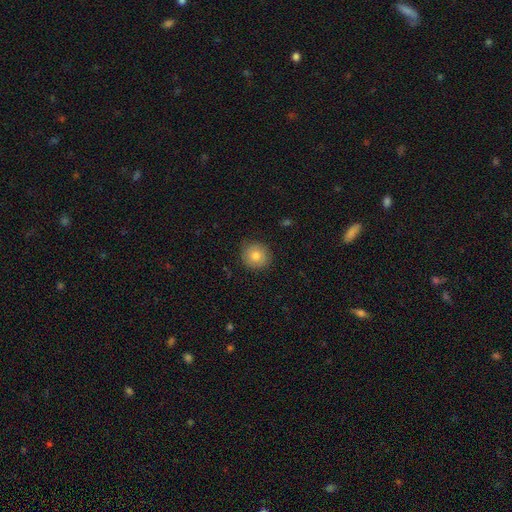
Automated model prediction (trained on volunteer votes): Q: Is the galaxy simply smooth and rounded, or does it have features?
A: smooth — 75%.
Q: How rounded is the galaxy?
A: round — 91%.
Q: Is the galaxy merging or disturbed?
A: none — 84%.